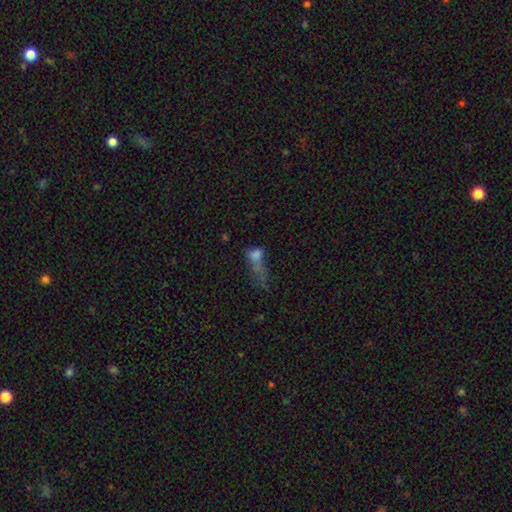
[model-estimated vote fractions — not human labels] Smooth or featured? smooth (62%)
How rounded? in between (66%)
Merging? major disturbance (44%)